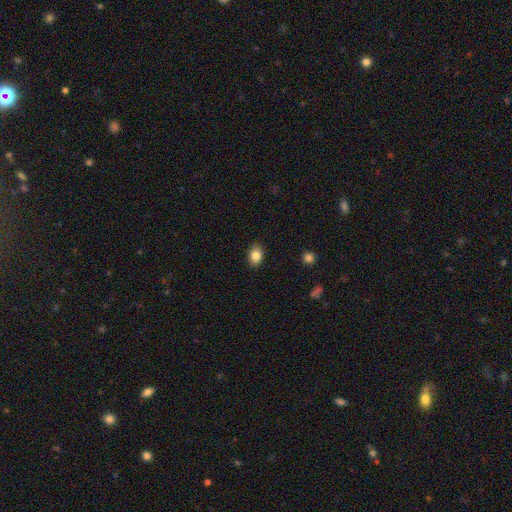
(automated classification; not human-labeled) smooth_or_featured: smooth (p=0.84) [alt: star or artifact p=0.09]
how_rounded: in between (p=0.75) [alt: round p=0.24]
merging: none (p=0.88) [alt: minor disturbance p=0.09]